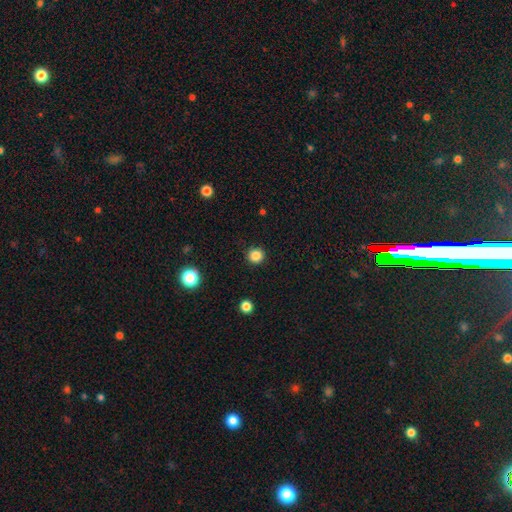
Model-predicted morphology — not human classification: Smooth or featured: smooth — 85% (star or artifact — 12%)
How rounded: round — 93% (in between — 6%)
Merging: none — 91% (minor disturbance — 6%)